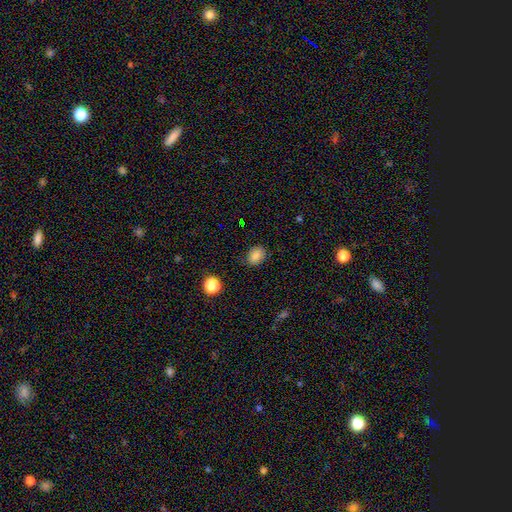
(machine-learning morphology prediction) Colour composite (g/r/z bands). It shows a smooth galaxy with no disk features (83%) that is in between round and cigar-shaped (63%). Merging: none (82%).